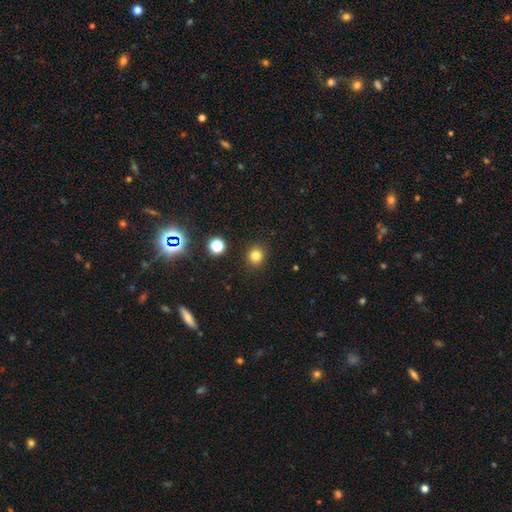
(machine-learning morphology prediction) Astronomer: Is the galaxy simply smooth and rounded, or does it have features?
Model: smooth — 80%.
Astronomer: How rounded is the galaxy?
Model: round — 90%.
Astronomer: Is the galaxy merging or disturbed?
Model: none — 91%.